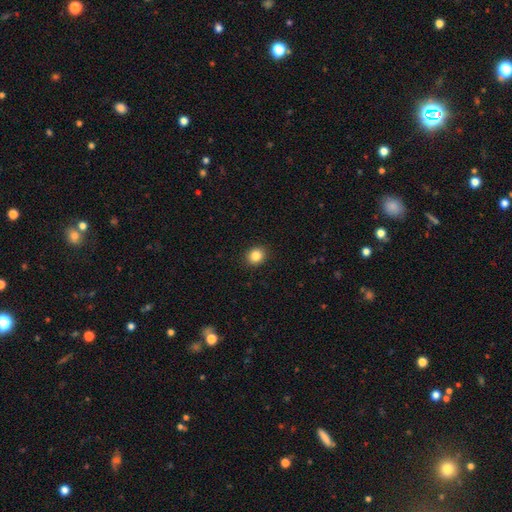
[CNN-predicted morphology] Smooth or featured: smooth — 85% (star or artifact — 10%)
How rounded: round — 72% (in between — 27%)
Merging: none — 91% (minor disturbance — 6%)